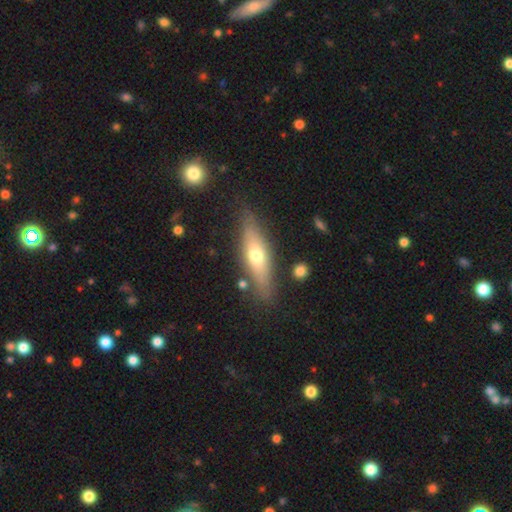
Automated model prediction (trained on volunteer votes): Overall: smooth (49%; featured or disk 45%). Merging: none (80%).